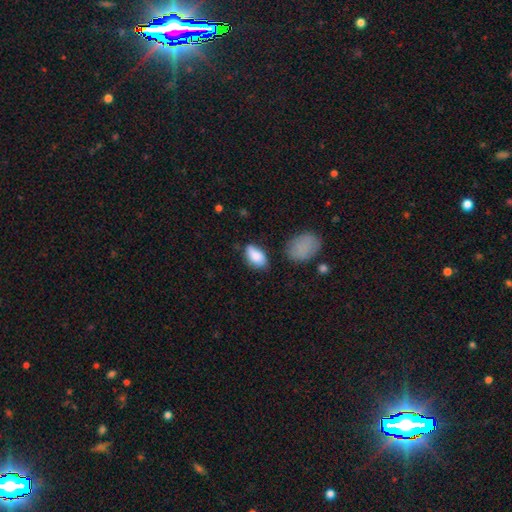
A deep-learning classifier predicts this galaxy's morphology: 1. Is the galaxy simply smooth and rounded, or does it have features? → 85% smooth, 8% featured or disk, 7% star or artifact.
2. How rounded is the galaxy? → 93% in between, 4% round, 3% cigar-shaped.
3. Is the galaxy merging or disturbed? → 63% none, 26% minor disturbance, 6% major disturbance, 5% merger.